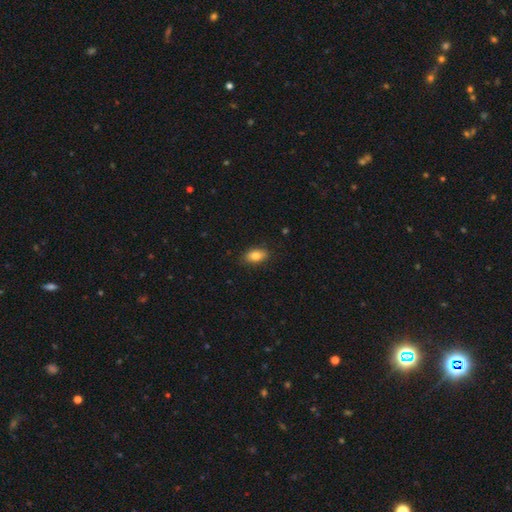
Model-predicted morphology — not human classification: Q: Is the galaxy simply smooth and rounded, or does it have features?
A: smooth — 82%.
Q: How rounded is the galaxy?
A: in between — 88%.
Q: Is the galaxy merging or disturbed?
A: none — 86%.